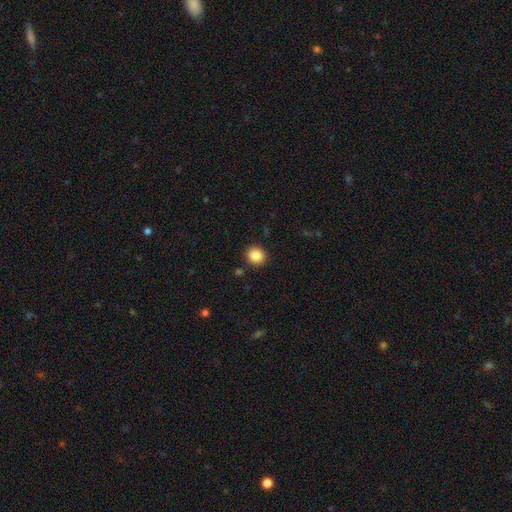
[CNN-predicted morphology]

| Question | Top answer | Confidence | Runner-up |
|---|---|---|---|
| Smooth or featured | smooth | 87% | star or artifact (10%) |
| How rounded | round | 89% | in between (10%) |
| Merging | none | 91% | minor disturbance (6%) |